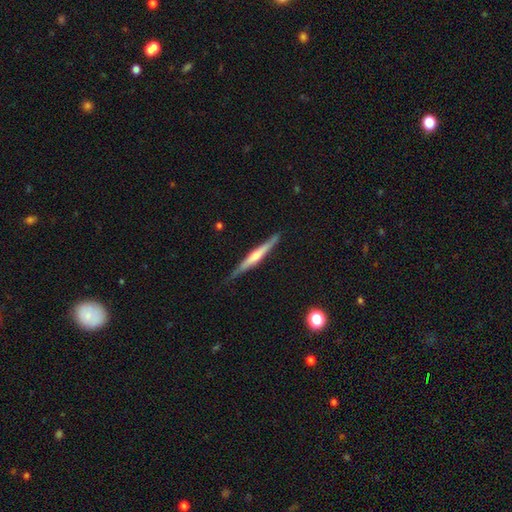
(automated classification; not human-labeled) Smooth or featured?
  - featured or disk: 66% *
  - smooth: 28%
  - star or artifact: 6%
Edge-on disk?
  - yes: 97% *
  - no: 3%
Edge-on bulge?
  - rounded: 61% *
  - none: 26%
  - boxy: 13%
Merging?
  - none: 84% *
  - minor disturbance: 13%
  - major disturbance: 2%
  - merger: 1%